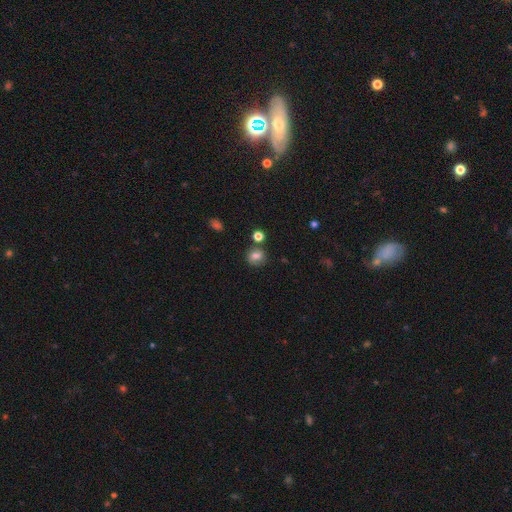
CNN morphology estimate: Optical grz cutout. It shows a smooth galaxy with no disk features (78%) that is round (75%). Merging: none (75%).